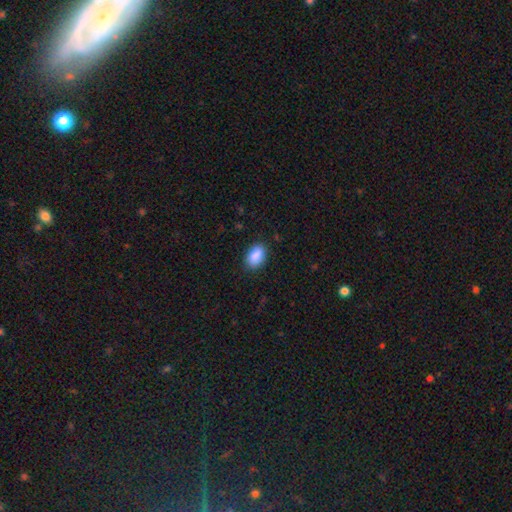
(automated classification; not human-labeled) Overall: smooth (89%). How rounded: in between (90%). Merging: none (85%).